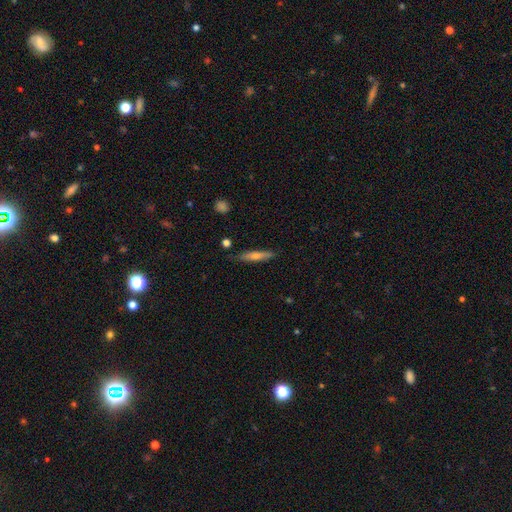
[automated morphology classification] This is possibly a smooth galaxy (55%). How rounded: clearly cigar-shaped (88%). Merging: clearly none (86%).